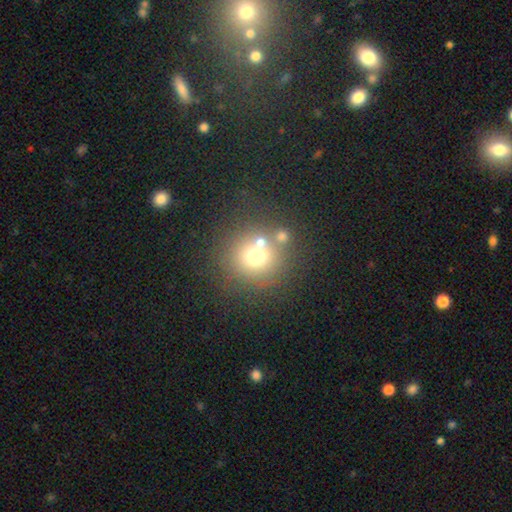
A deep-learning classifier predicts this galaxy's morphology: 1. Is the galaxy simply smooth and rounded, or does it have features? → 68% smooth, 18% star or artifact, 14% featured or disk.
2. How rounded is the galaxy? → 90% round, 9% in between, 1% cigar-shaped.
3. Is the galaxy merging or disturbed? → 66% none, 19% merger, 9% minor disturbance, 6% major disturbance.